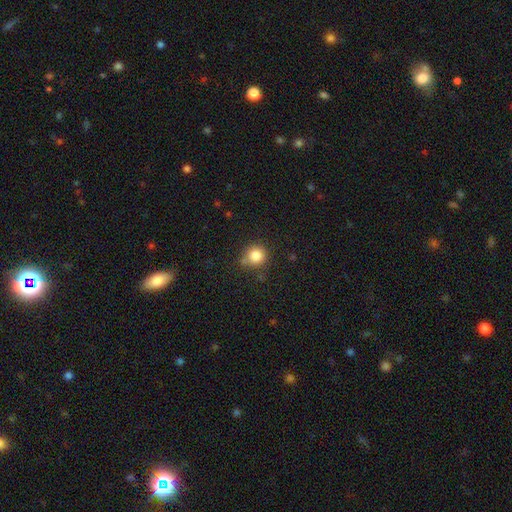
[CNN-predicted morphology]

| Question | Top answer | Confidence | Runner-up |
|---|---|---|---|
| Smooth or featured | smooth | 83% | star or artifact (12%) |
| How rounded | round | 92% | in between (7%) |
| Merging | none | 77% | minor disturbance (13%) |